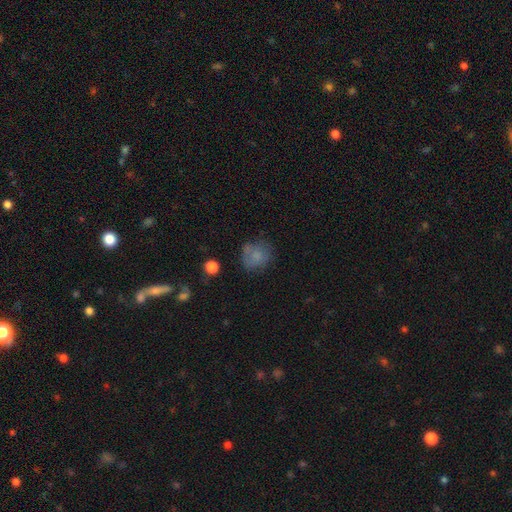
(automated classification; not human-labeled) A smooth galaxy with no disk features (73%) that is round (74%).

Vote fractions:
- Smooth or featured? smooth: 73% / featured or disk: 15% / star or artifact: 12%
- How rounded? round: 74% / in between: 25% / cigar-shaped: 1%
- Merging? none: 55% / minor disturbance: 25% / major disturbance: 14% / merger: 6%